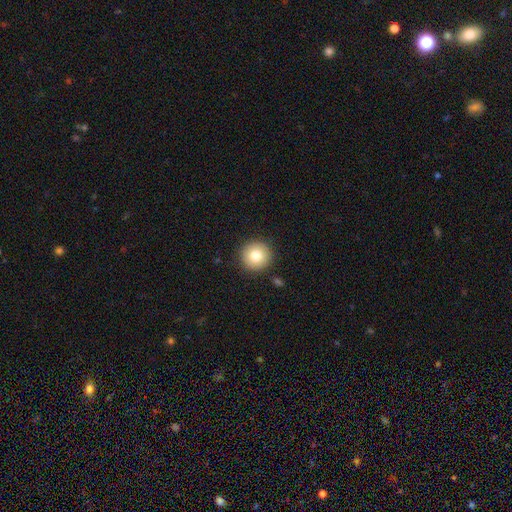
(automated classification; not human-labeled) Smooth or featured?
  - smooth: 79% *
  - featured or disk: 11%
  - star or artifact: 10%
How rounded?
  - round: 95% *
  - in between: 4%
  - cigar-shaped: 1%
Merging?
  - none: 90% *
  - minor disturbance: 6%
  - major disturbance: 2%
  - merger: 2%